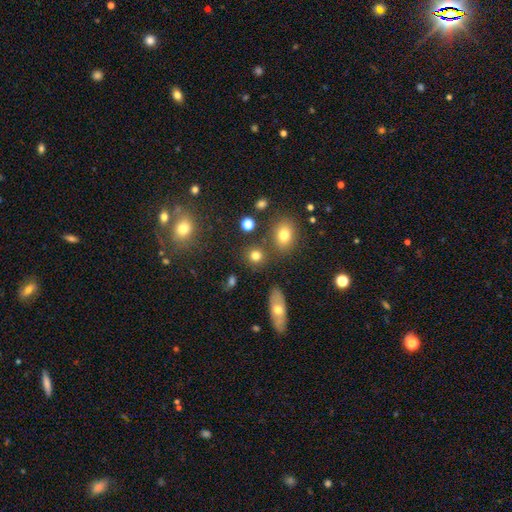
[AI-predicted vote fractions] This appears to be a smooth galaxy with no disk features (78%) that is round (82%). Merging: none (79%).